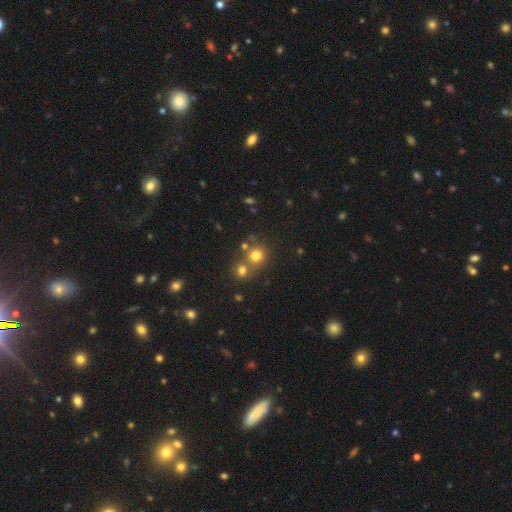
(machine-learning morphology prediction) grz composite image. It shows a smooth galaxy with no disk features (75%) that is round (87%). Merging: none (58%).